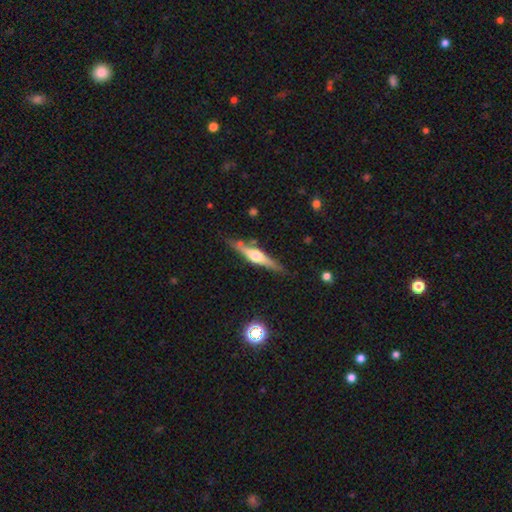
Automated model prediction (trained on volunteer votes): Smooth or featured? featured or disk (74%)
Edge-on disk? yes (97%)
Edge-on bulge? rounded (90%)
Merging? none (83%)